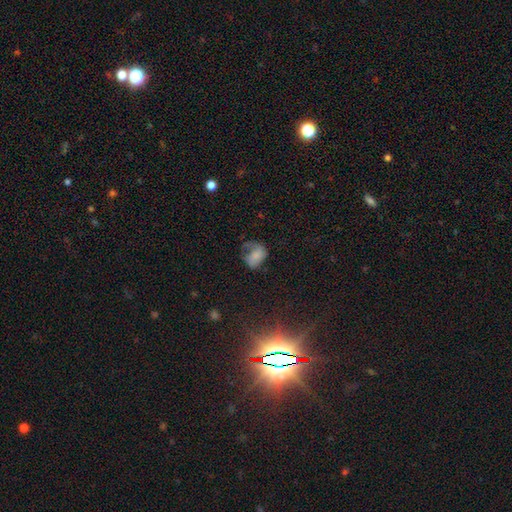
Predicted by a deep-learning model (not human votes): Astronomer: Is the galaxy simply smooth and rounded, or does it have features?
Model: smooth — 58%.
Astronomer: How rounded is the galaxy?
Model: in between — 63%.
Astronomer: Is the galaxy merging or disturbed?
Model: major disturbance — 39% (runner-up: none, 30%).